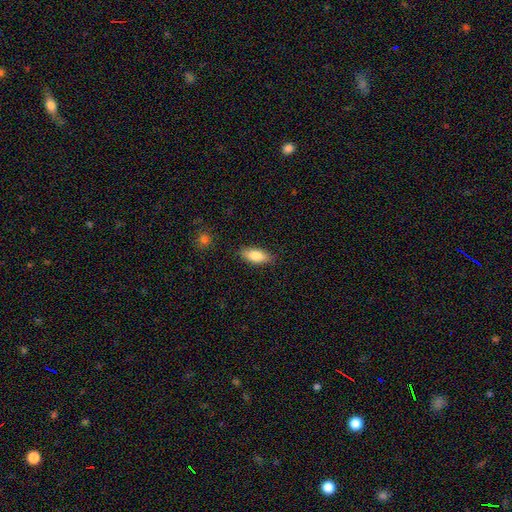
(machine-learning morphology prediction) Smooth or featured? smooth (82%)
How rounded? in between (81%)
Merging? none (86%)